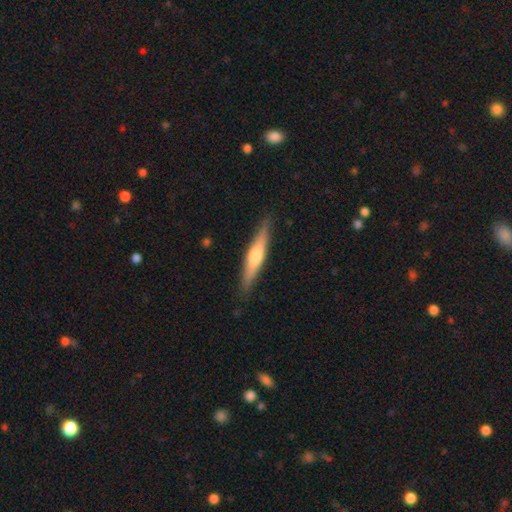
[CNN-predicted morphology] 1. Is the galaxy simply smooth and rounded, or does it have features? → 54% featured or disk, 41% smooth, 5% star or artifact.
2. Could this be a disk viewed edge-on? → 96% yes, 4% no.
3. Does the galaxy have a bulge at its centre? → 85% rounded, 8% none, 7% boxy.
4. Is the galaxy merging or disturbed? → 89% none, 8% minor disturbance, 2% major disturbance, 1% merger.